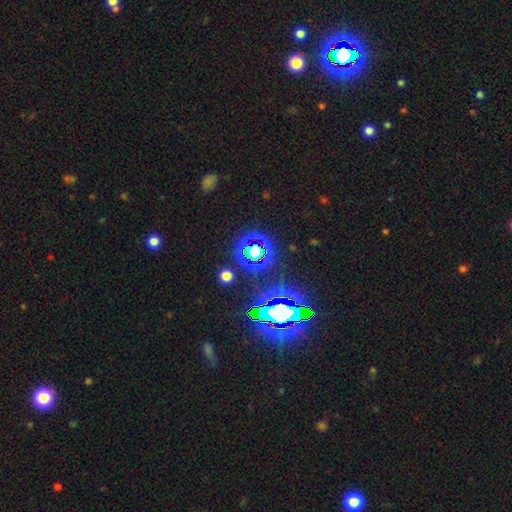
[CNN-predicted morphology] This appears to be a star or artifact, not a galaxy (81%).